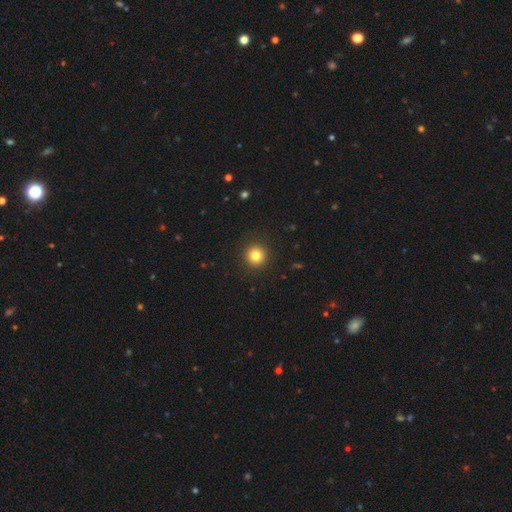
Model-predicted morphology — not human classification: type=smooth (82%); roundness=round (94%); merging=none (92%).